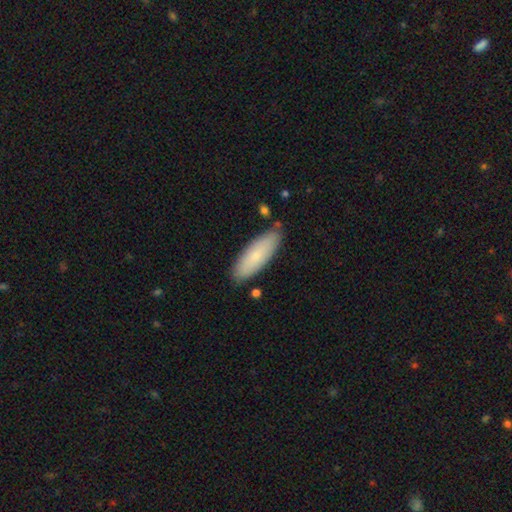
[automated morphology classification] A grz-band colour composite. It shows a smooth galaxy with no disk features (77%) that is in between round and cigar-shaped (54%). Merging: none (82%).